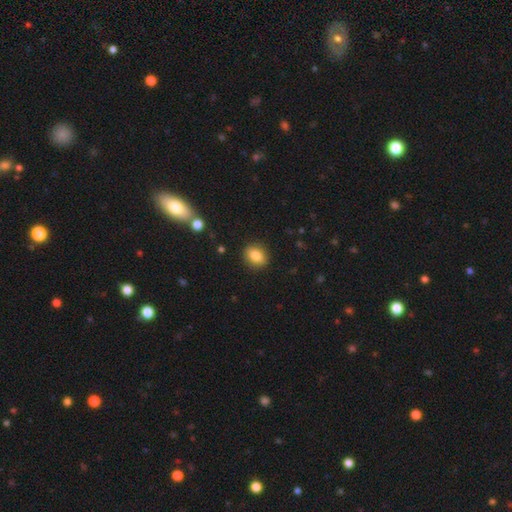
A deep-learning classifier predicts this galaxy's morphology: smooth_or_featured: smooth (p=0.84) [alt: star or artifact p=0.09]
how_rounded: in between (p=0.57) [alt: round p=0.41]
merging: none (p=0.88) [alt: minor disturbance p=0.08]